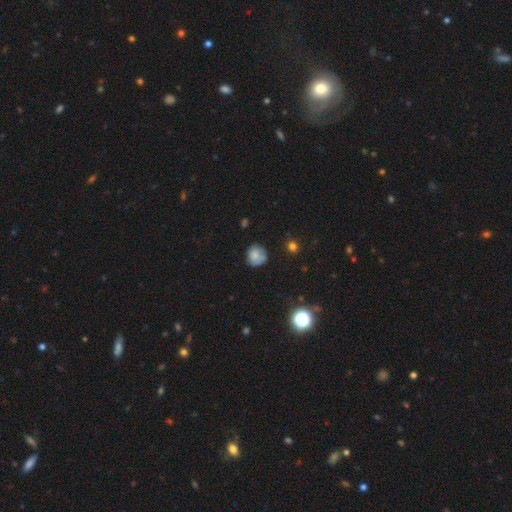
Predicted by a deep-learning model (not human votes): smooth-or-featured: smooth: 77% | featured or disk: 12% | star or artifact: 11%
  how-rounded: round: 84% | in between: 15% | cigar-shaped: 1%
  merging: none: 66% | minor disturbance: 23% | major disturbance: 7% | merger: 3%